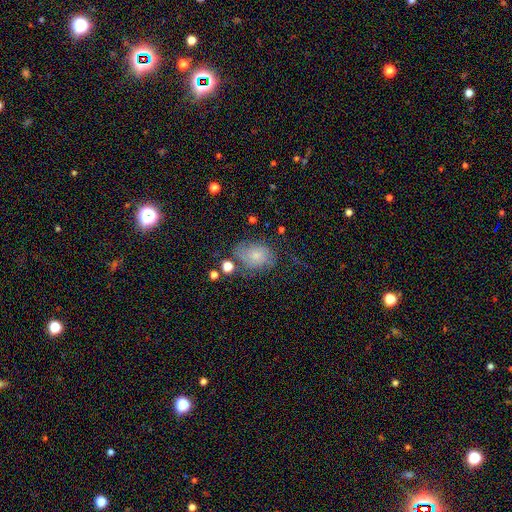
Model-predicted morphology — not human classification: Smooth or featured: smooth — 55% (featured or disk — 33%)
How rounded: in between — 64% (round — 35%)
Merging: none — 55% (minor disturbance — 25%)